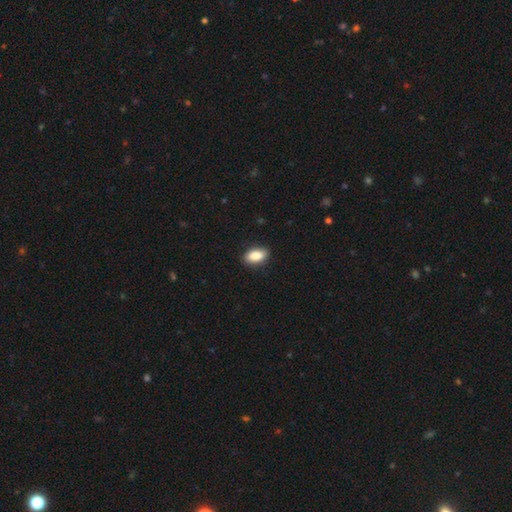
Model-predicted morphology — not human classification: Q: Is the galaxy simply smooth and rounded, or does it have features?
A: smooth — 88%.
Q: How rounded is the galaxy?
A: in between — 91%.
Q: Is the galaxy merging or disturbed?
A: none — 87%.